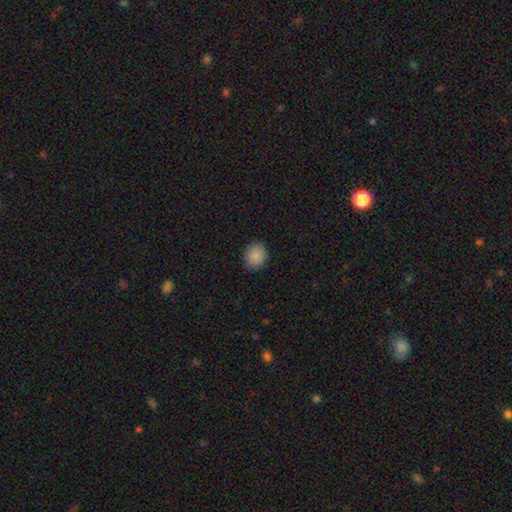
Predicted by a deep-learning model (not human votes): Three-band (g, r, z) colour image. It shows a smooth galaxy with no disk features (88%) that is round (78%). Merging: none (90%).